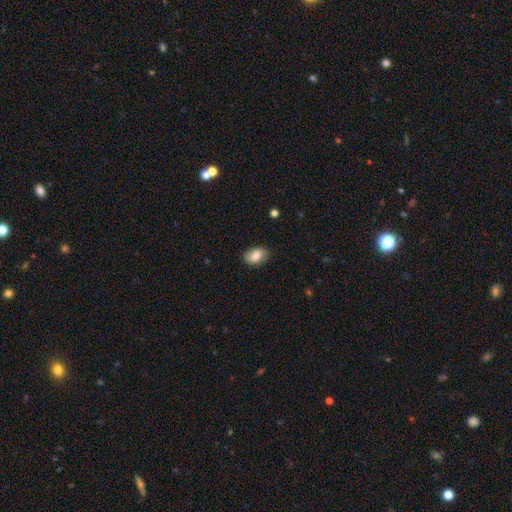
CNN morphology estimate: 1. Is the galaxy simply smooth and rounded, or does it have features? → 79% smooth, 13% featured or disk, 7% star or artifact.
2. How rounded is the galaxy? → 87% in between, 12% round, 1% cigar-shaped.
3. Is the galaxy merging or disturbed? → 84% none, 12% minor disturbance, 2% major disturbance, 1% merger.